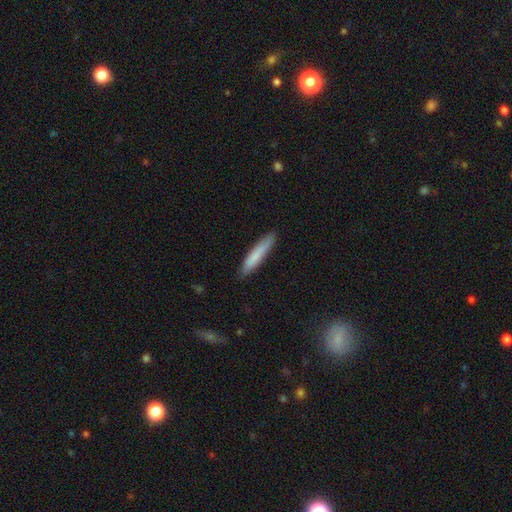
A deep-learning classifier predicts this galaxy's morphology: type=smooth (79%); roundness=cigar-shaped (91%); merging=none (86%).